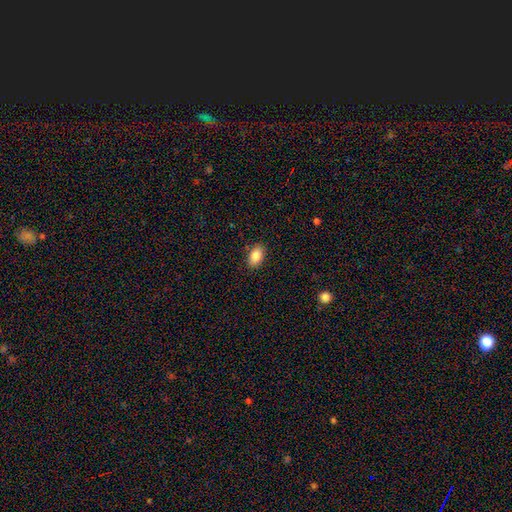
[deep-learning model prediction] A smooth galaxy with no disk features (85%) that is in between round and cigar-shaped (89%). Merging: none (88%).